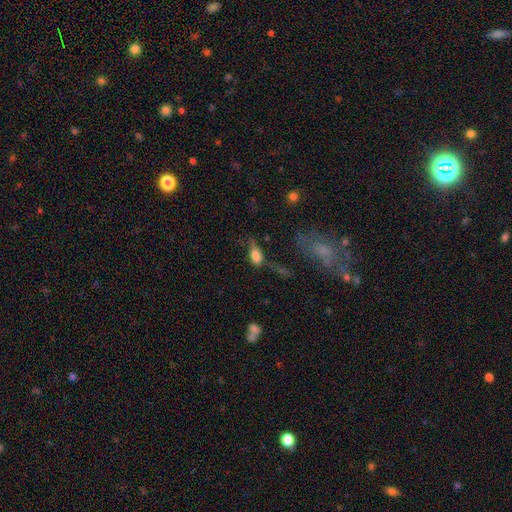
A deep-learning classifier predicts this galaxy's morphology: This appears to be a smooth galaxy with no disk features (67%) that is in between round and cigar-shaped (80%). Merging: none (34%).